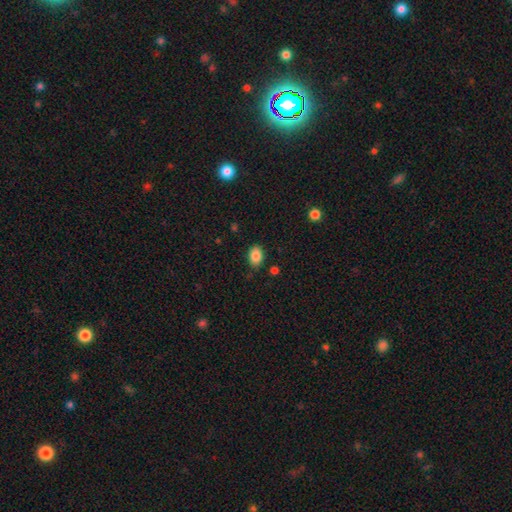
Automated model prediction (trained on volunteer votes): Overall: smooth (86%). How rounded: in between (79%). Merging: none (81%).